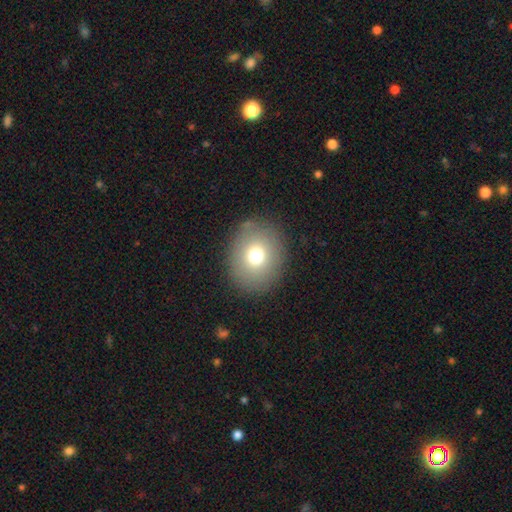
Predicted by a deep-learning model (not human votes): Q: Smooth or featured?
A: smooth (72%); runner-up: featured or disk (15%)
Q: How rounded?
A: round (64%); runner-up: in between (35%)
Q: Merging?
A: none (87%); runner-up: minor disturbance (8%)